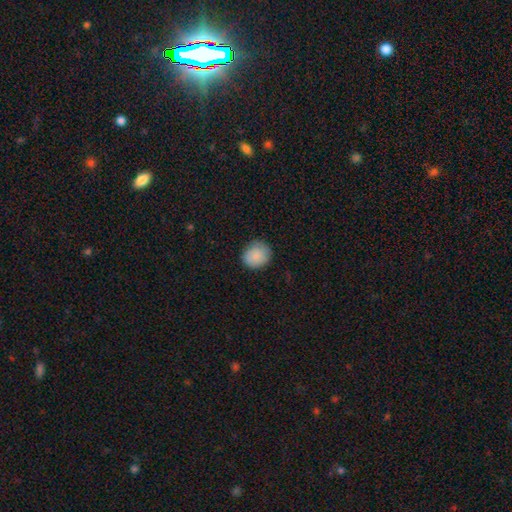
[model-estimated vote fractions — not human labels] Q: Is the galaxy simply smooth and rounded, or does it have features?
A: smooth — 83%.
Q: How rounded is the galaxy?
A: round — 83%.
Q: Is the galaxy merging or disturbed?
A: none — 79%.